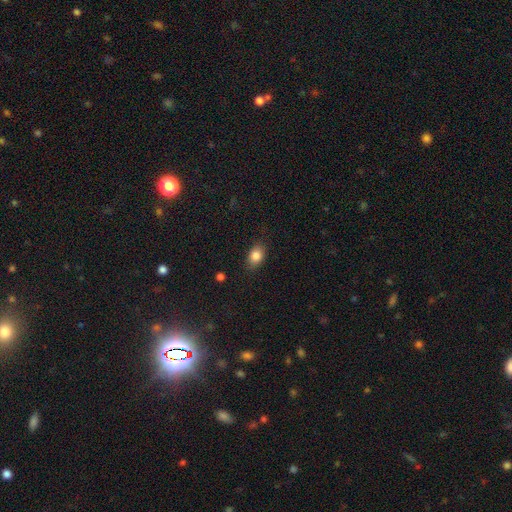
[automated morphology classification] Smooth or featured? smooth (85%)
How rounded? in between (74%)
Merging? none (83%)